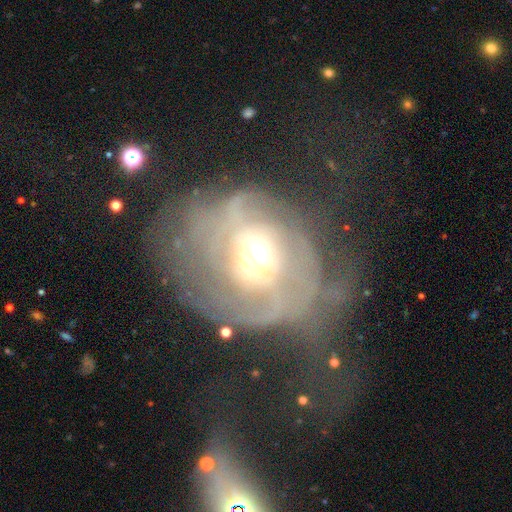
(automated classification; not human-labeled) The model was most divided on "spiral winding": tight: 42%, medium: 36%, loose: 22%. Remaining: edge-on disk — no (96%); smooth or featured — featured or disk (76%); spiral arms — yes (70%); bar — no (66%); bulge size — moderate (66%); merging — major disturbance (47%); spiral arm count — can't tell (44%).